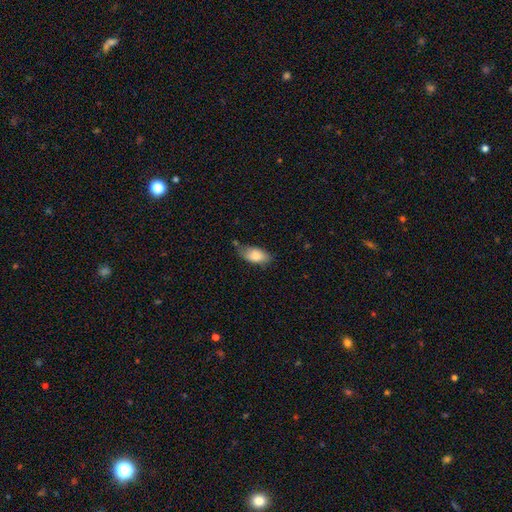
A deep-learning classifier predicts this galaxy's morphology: The model was most divided on "merging": none: 53%, minor disturbance: 34%, major disturbance: 8%, merger: 5%. More confident: how rounded — in between (92%); smooth or featured — smooth (84%).